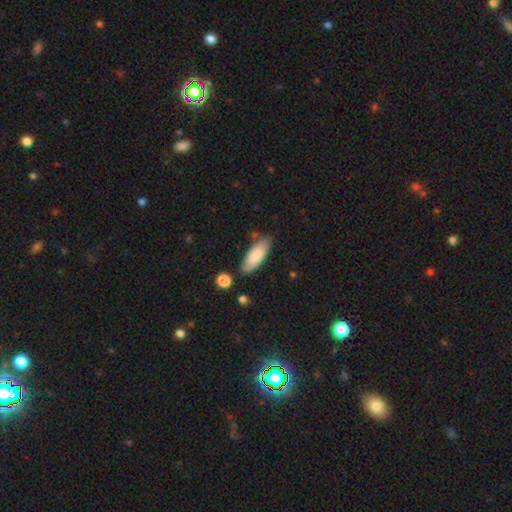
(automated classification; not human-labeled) The model was most divided on "how rounded": in between: 73%, cigar-shaped: 25%, round: 2%. More confident: smooth or featured — smooth (82%); merging — none (77%).